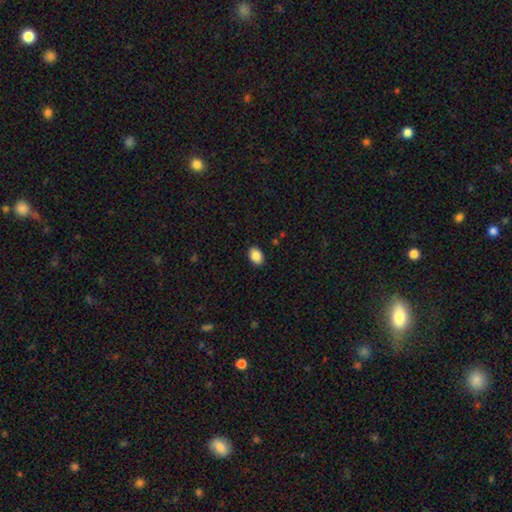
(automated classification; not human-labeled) Overall: smooth (88%). How rounded: in between (80%). Merging: none (89%).